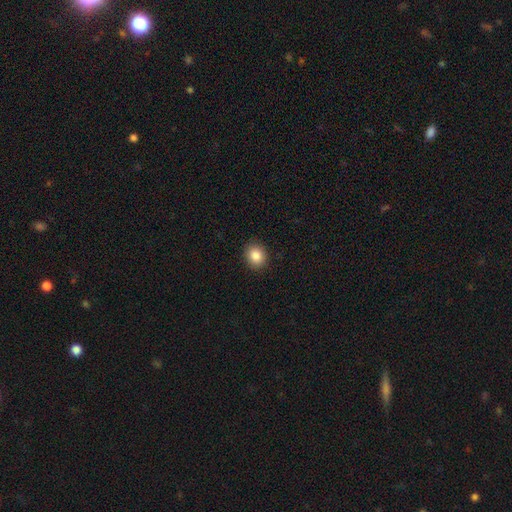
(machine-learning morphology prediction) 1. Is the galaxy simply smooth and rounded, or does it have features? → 85% smooth, 9% star or artifact, 5% featured or disk.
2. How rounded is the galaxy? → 72% round, 27% in between, 1% cigar-shaped.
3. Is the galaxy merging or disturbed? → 90% none, 7% minor disturbance, 2% major disturbance, 1% merger.